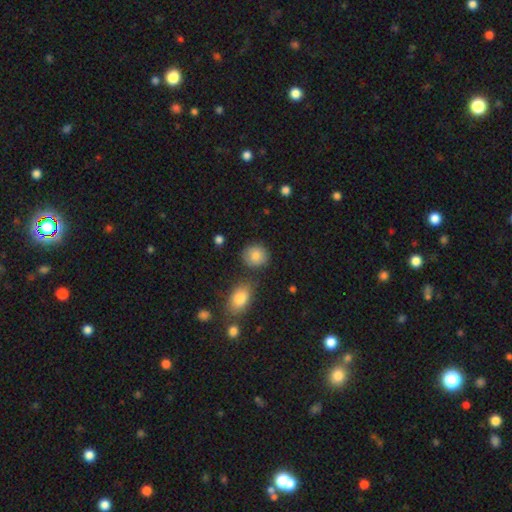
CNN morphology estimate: Smooth or featured? smooth (85%)
How rounded? round (78%)
Merging? none (80%)